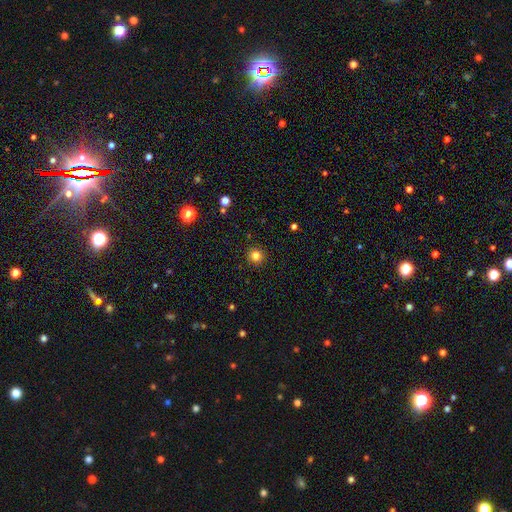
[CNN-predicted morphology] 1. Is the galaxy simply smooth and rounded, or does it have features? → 82% smooth, 13% star or artifact, 5% featured or disk.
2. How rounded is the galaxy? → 95% round, 4% in between, 1% cigar-shaped.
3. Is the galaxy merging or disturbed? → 92% none, 5% minor disturbance, 2% major disturbance, 1% merger.